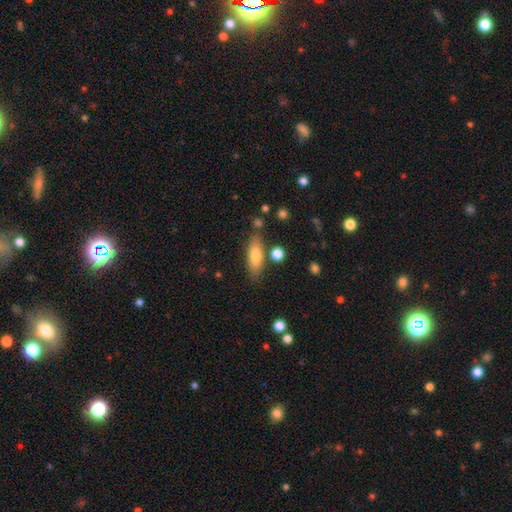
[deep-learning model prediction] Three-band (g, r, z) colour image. It shows a smooth galaxy with no disk features (73%) that is in between round and cigar-shaped (56%). Merging: none (78%).